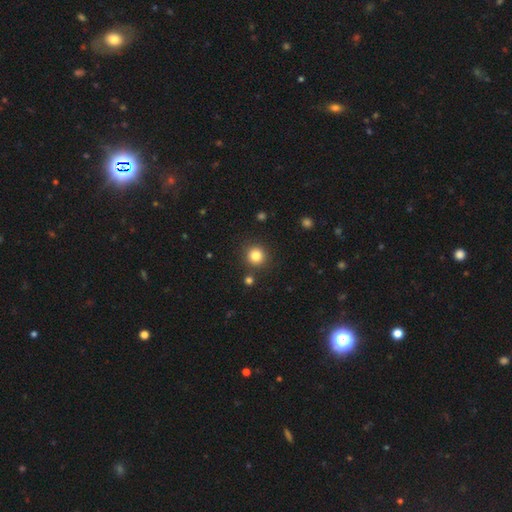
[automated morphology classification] smooth_or_featured: smooth (p=0.83) [alt: star or artifact p=0.12]
how_rounded: round (p=0.93) [alt: in between p=0.06]
merging: none (p=0.87) [alt: minor disturbance p=0.06]